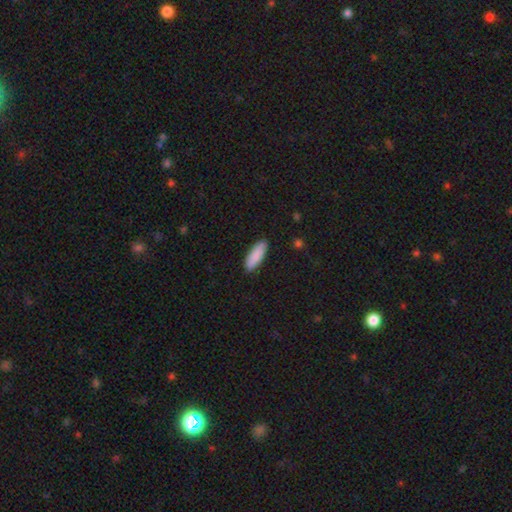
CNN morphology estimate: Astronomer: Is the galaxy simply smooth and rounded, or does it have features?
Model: smooth — 90%.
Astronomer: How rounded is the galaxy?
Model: in between — 59% (runner-up: cigar-shaped, 40%).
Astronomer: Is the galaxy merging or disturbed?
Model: none — 89%.